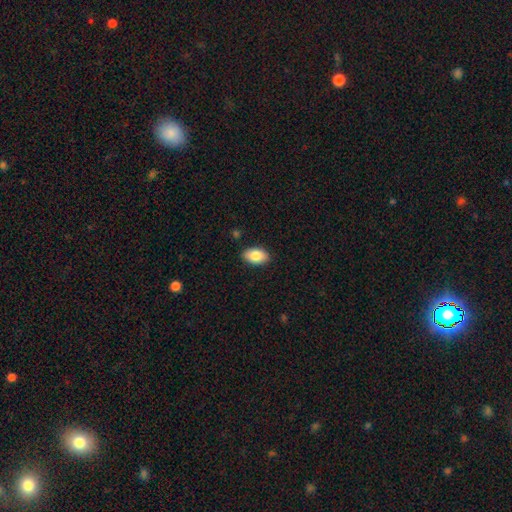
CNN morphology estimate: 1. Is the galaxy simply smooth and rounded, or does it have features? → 84% smooth, 9% featured or disk, 7% star or artifact.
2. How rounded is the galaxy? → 92% in between, 6% round, 2% cigar-shaped.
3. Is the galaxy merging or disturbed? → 88% none, 9% minor disturbance, 2% major disturbance, 1% merger.